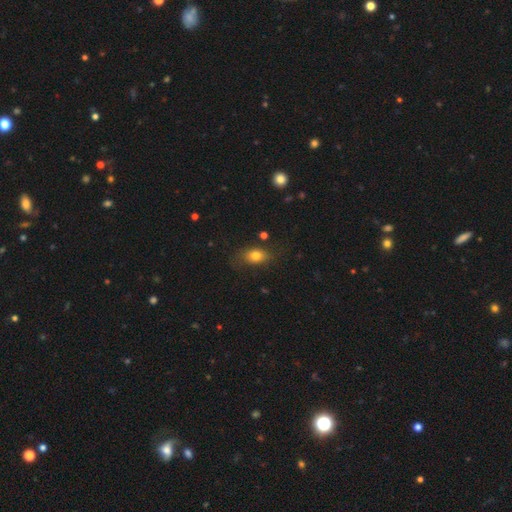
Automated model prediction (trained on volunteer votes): This is likely a smooth galaxy (77%). How rounded: likely in between (76%). Merging: likely none (73%).